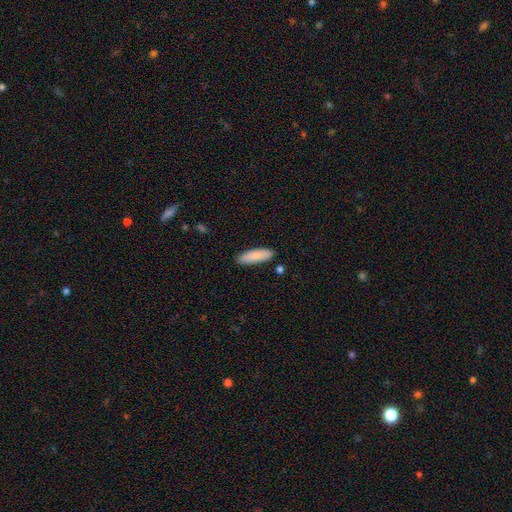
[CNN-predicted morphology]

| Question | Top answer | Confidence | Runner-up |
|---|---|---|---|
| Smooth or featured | smooth | 87% | featured or disk (7%) |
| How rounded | cigar-shaped | 52% | in between (46%) |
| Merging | none | 86% | minor disturbance (9%) |